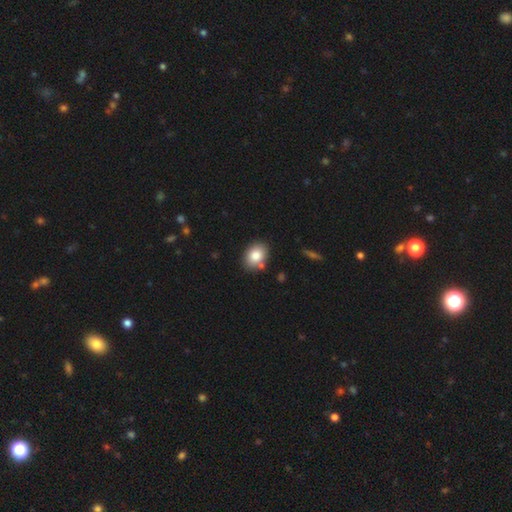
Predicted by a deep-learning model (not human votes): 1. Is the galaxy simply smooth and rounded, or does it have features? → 82% smooth, 9% featured or disk, 8% star or artifact.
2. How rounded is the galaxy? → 68% in between, 31% round, 1% cigar-shaped.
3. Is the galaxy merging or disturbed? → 79% none, 12% minor disturbance, 7% merger, 3% major disturbance.